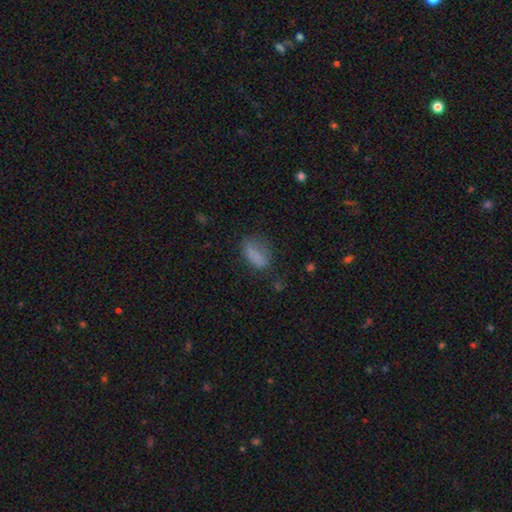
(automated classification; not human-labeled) Smooth or featured: smooth — 79% (star or artifact — 11%)
How rounded: in between — 78% (cigar-shaped — 16%)
Merging: none — 53% (minor disturbance — 27%)